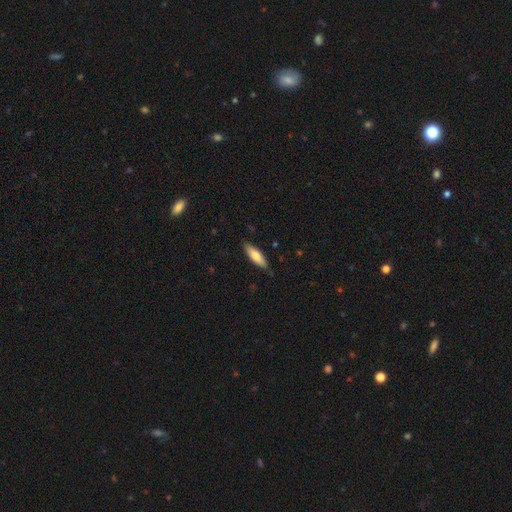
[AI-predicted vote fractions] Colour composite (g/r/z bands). It shows a smooth galaxy with no disk features (72%) that is cigar-shaped (50%). Merging: none (85%).